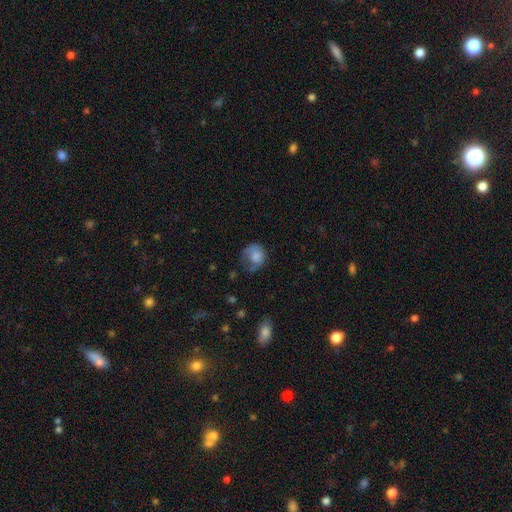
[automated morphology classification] smooth_or_featured: smooth (p=0.70) [alt: featured or disk p=0.21]
how_rounded: round (p=0.64) [alt: in between p=0.35]
merging: none (p=0.35) [alt: minor disturbance p=0.32]